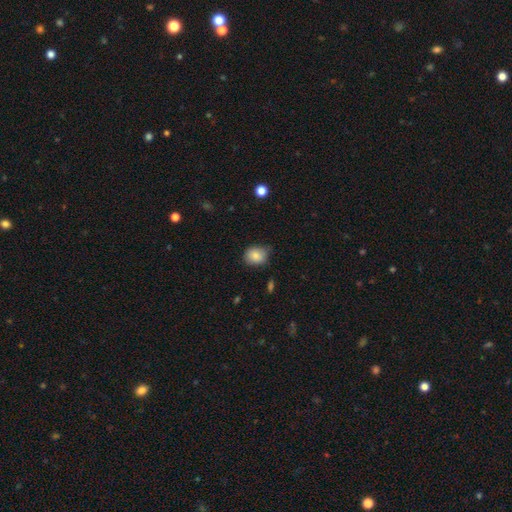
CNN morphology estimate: Smooth or featured? Predicted: smooth (p=0.83). How rounded? Predicted: round (p=0.67). Merging? Predicted: none (p=0.70).